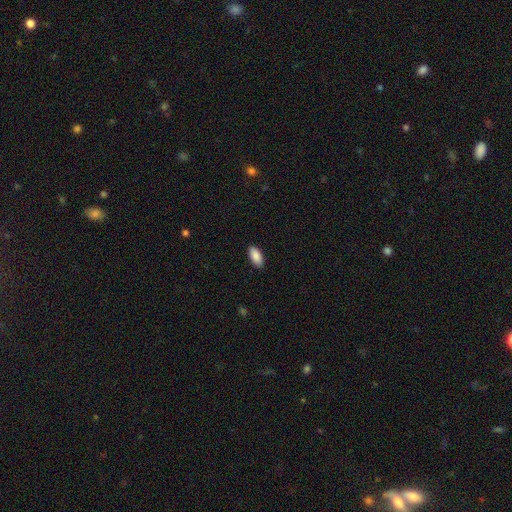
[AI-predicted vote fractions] The model was most divided on "merging": none: 89%, minor disturbance: 9%, major disturbance: 2%, merger: 1%. More confident: how rounded — in between (92%); smooth or featured — smooth (90%).